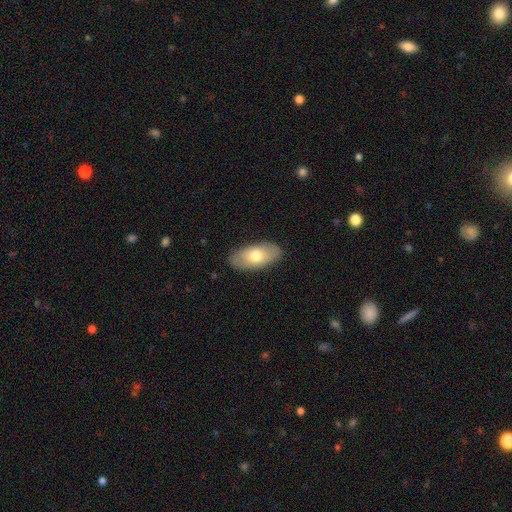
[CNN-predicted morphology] type=smooth (67%); roundness=in between (92%); merging=none (86%).